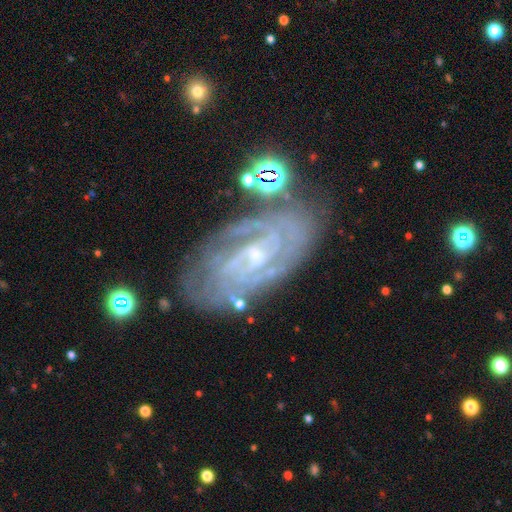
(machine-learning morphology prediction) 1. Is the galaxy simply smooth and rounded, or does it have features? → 86% featured or disk, 7% star or artifact, 7% smooth.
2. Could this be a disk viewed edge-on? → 95% no, 5% yes.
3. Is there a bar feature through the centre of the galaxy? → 44% weak, 42% no, 14% strong.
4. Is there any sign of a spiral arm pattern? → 96% yes, 4% no.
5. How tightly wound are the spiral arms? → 70% tight, 26% medium, 5% loose.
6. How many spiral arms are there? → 34% 2, 27% can't tell, 18% 3, 9% 4, 6% more than 4, 5% 1.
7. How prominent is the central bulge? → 68% small, 25% moderate, 5% none, 1% large, 1% dominant.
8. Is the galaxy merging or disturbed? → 72% none, 17% minor disturbance, 6% major disturbance, 4% merger.